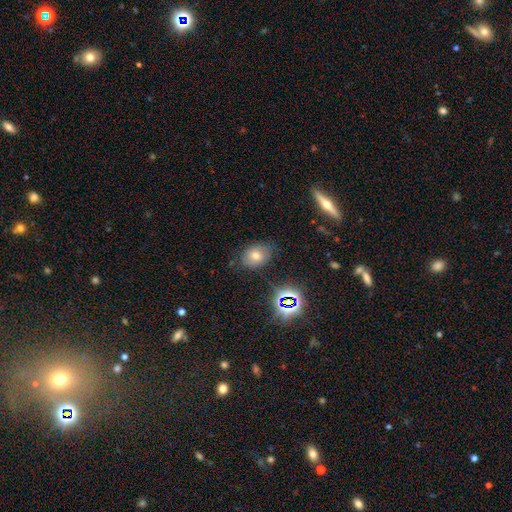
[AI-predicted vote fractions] This appears to be a smooth galaxy with no disk features (59%) that is in between round and cigar-shaped (64%). Merging: none (75%).